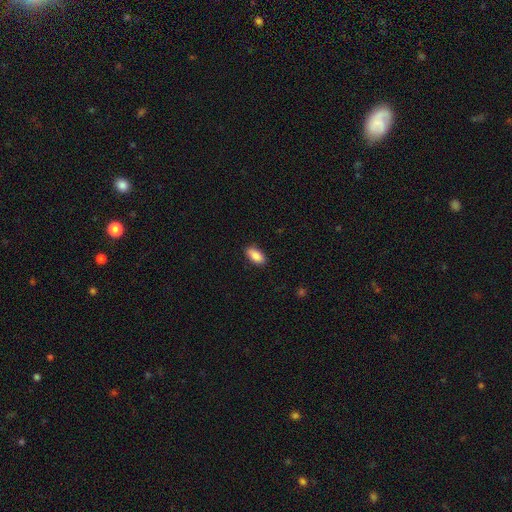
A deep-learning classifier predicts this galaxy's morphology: Smooth or featured: smooth — 89% (star or artifact — 7%)
How rounded: in between — 92% (cigar-shaped — 6%)
Merging: none — 88% (minor disturbance — 9%)